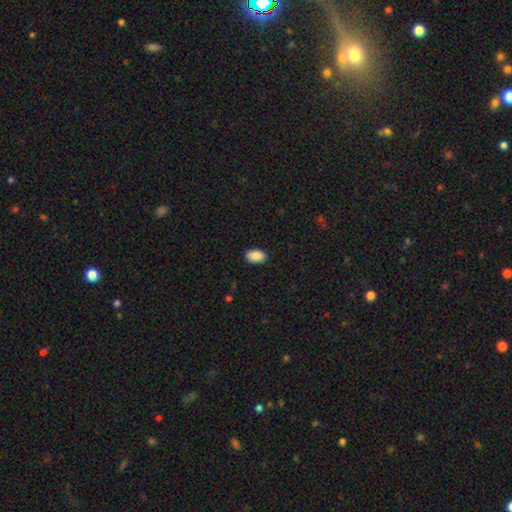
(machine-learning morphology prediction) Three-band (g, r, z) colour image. It shows a smooth galaxy with no disk features (90%) that is in between round and cigar-shaped (91%). Merging: none (90%).